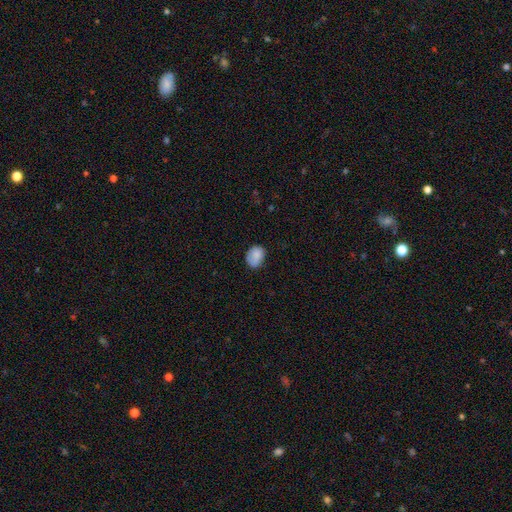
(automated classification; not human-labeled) Smooth or featured: smooth — 81% (featured or disk — 11%)
How rounded: in between — 58% (round — 41%)
Merging: none — 63% (minor disturbance — 27%)